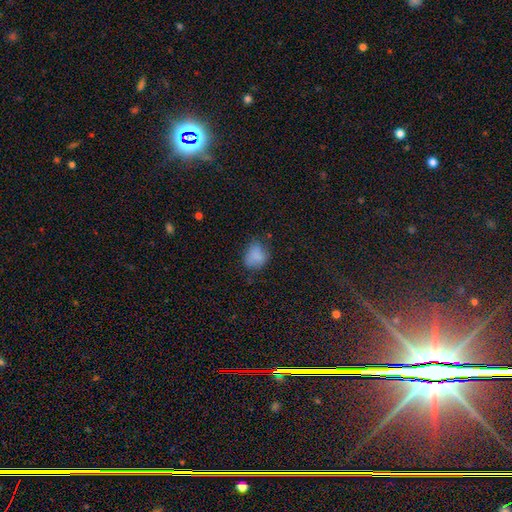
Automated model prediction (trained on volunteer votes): This is clearly a smooth galaxy (81%). How rounded: possibly round (56%). Merging: likely none (62%).